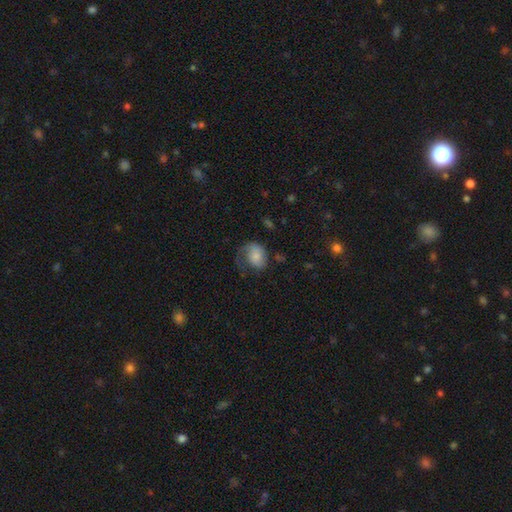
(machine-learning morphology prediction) smooth_or_featured: smooth (p=0.56) [alt: featured or disk p=0.36]
how_rounded: in between (p=0.60) [alt: round p=0.39]
merging: major disturbance (p=0.37) [alt: none p=0.34]